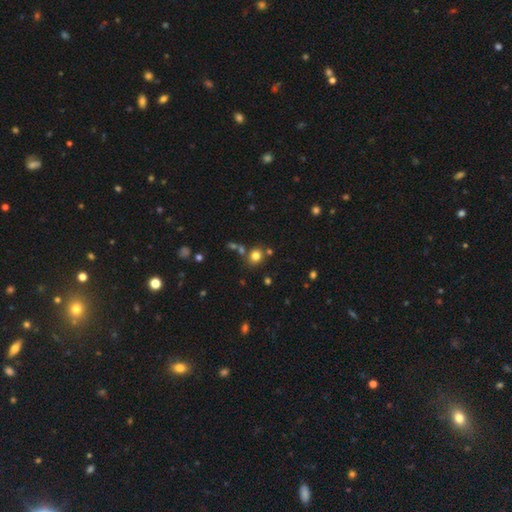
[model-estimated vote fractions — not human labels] smooth-or-featured: smooth: 78% | star or artifact: 15% | featured or disk: 7%
  how-rounded: round: 78% | in between: 21% | cigar-shaped: 1%
  merging: none: 75% | merger: 12% | minor disturbance: 10% | major disturbance: 4%